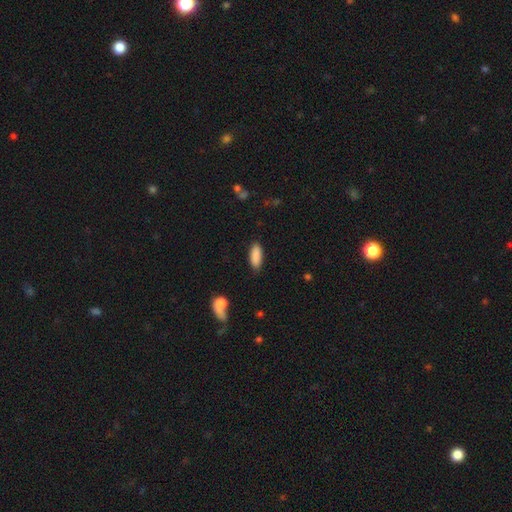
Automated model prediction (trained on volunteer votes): A smooth galaxy with no disk features (89%) that is in between round and cigar-shaped (75%).

Vote fractions:
- Smooth or featured? smooth: 89% / star or artifact: 6% / featured or disk: 5%
- How rounded? in between: 75% / cigar-shaped: 23% / round: 2%
- Merging? none: 86% / minor disturbance: 10% / major disturbance: 3% / merger: 2%